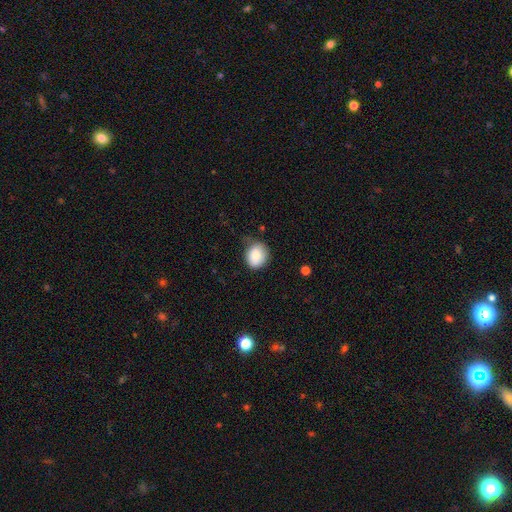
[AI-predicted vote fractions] Morphology: type=smooth (86%); roundness=round (68%); merging=none (61%).